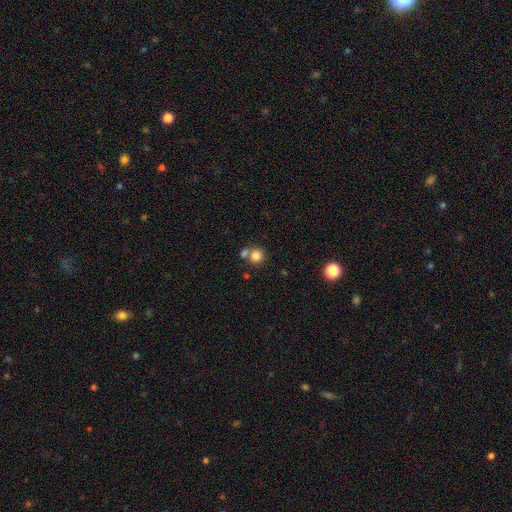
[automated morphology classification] Smooth or featured? Predicted: smooth (p=0.82). How rounded? Predicted: round (p=0.90). Merging? Predicted: none (p=0.56).